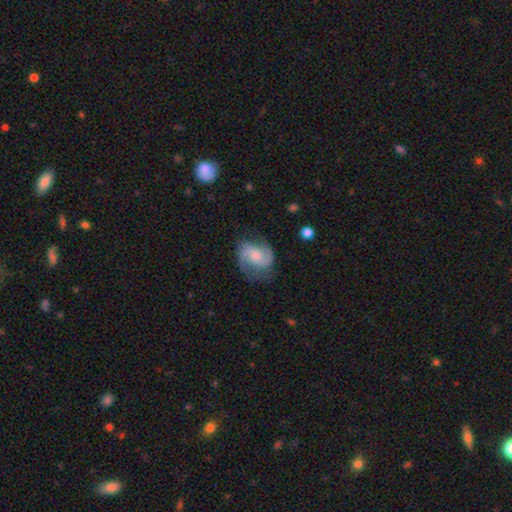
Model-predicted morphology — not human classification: Smooth or featured: featured or disk — 78% (smooth — 16%)
Edge-on disk: no — 98% (yes — 2%)
Bar: no — 53% (weak — 38%)
Spiral arms: yes — 95% (no — 5%)
Spiral winding: medium — 50% (loose — 29%)
Spiral arm count: 2 — 86% (can't tell — 6%)
Bulge size: moderate — 45% (small — 39%)
Merging: none — 67% (minor disturbance — 20%)